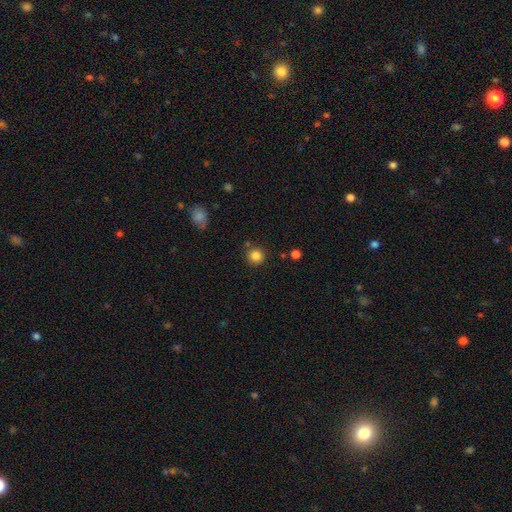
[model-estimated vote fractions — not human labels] A smooth galaxy with no disk features (85%) that is round (94%). Merging: none (84%).